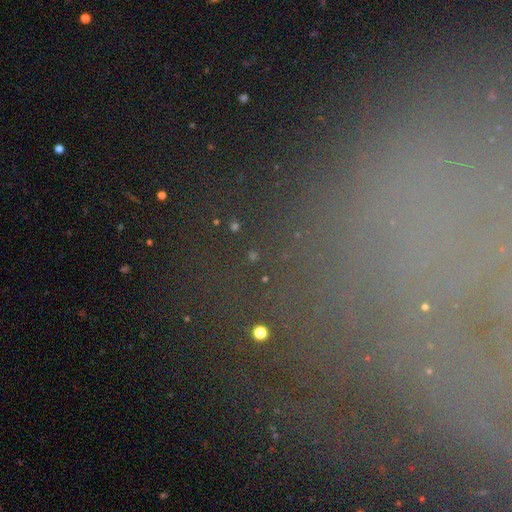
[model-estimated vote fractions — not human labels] This is likely a star or artifact rather than a galaxy (64%).